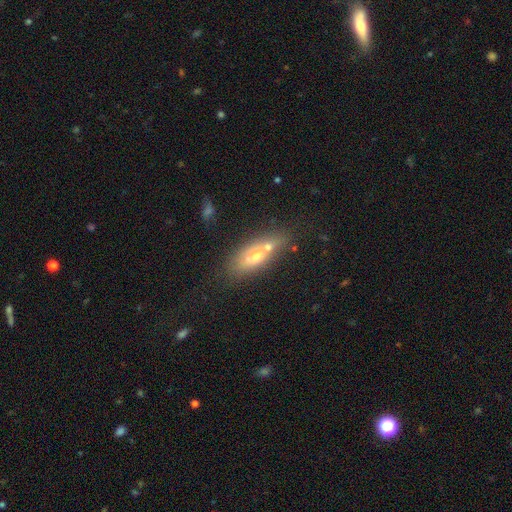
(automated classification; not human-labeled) smooth 53%, featured or disk 37%, star or artifact 11%. Down the decision tree: how rounded — in between (63%); merging — none (42%).